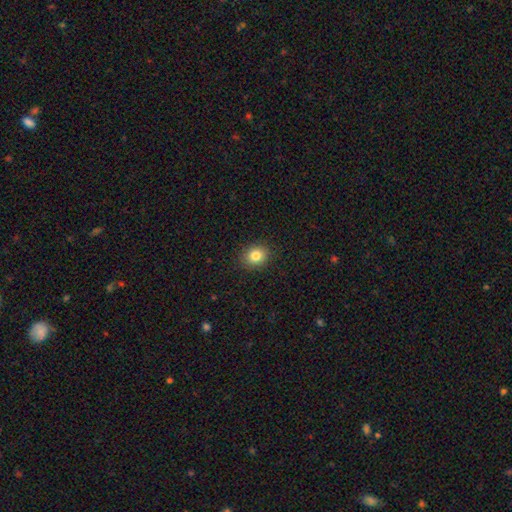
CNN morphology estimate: Q: Smooth or featured?
A: smooth (83%); runner-up: star or artifact (11%)
Q: How rounded?
A: round (69%); runner-up: in between (30%)
Q: Merging?
A: none (89%); runner-up: minor disturbance (7%)